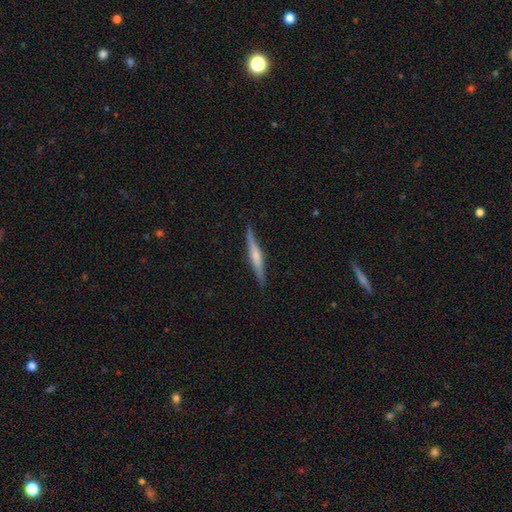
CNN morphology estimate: Overall: featured or disk (59%; smooth 35%). Edge-on disk: yes (97%). Edge-on bulge: rounded (57%; none 24%). Merging: none (88%).